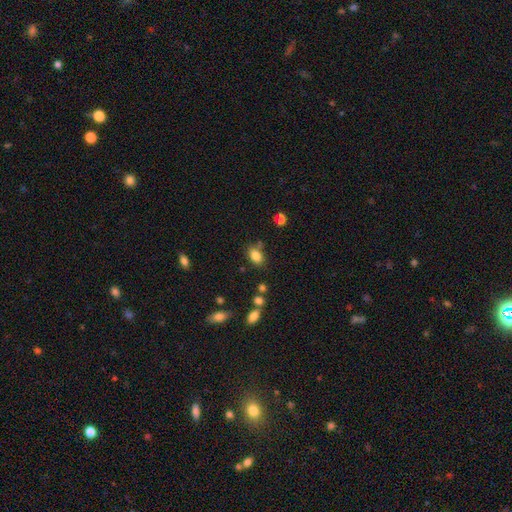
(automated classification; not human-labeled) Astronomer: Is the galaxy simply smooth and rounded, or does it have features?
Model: smooth — 82%.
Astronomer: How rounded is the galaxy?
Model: in between — 81%.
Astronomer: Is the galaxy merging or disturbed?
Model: none — 69%.